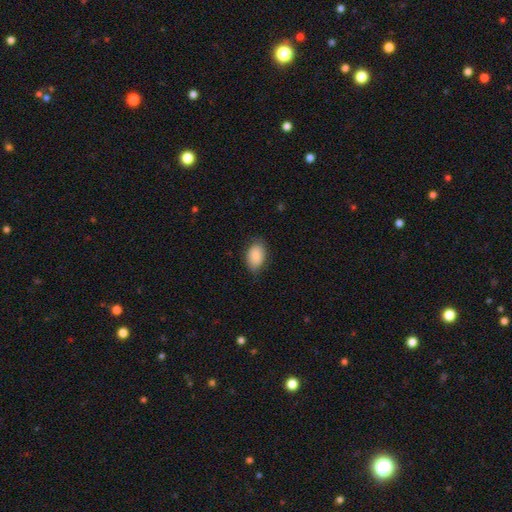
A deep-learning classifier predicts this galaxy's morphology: This appears to be a smooth galaxy with no disk features (86%) that is in between round and cigar-shaped (89%). Merging: none (75%).